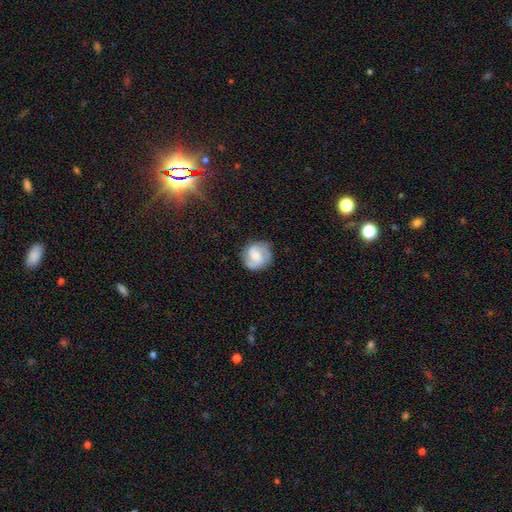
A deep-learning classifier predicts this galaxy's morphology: Q: Smooth or featured?
A: featured or disk (64%); runner-up: smooth (29%)
Q: Edge-on disk?
A: no (98%); runner-up: yes (2%)
Q: Bar?
A: weak (45%); runner-up: no (43%)
Q: Spiral arms?
A: yes (93%); runner-up: no (7%)
Q: Spiral winding?
A: medium (47%); runner-up: tight (34%)
Q: Spiral arm count?
A: 2 (68%); runner-up: 3 (13%)
Q: Bulge size?
A: moderate (37%); runner-up: small (35%)
Q: Merging?
A: none (79%); runner-up: minor disturbance (15%)